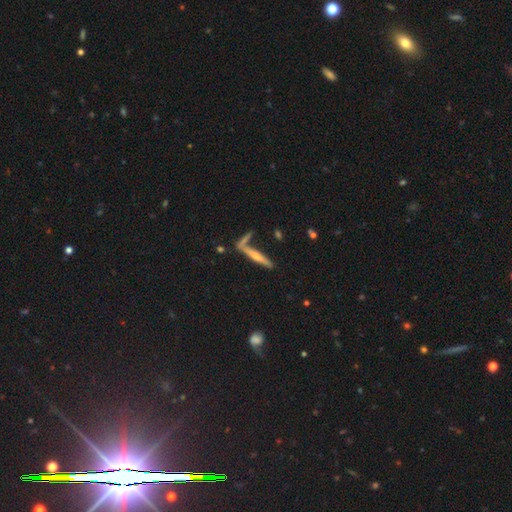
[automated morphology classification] A featured or disk galaxy (58%) viewed edge-on (92%) with a rounded central bulge (68%). Merging: none (62%).